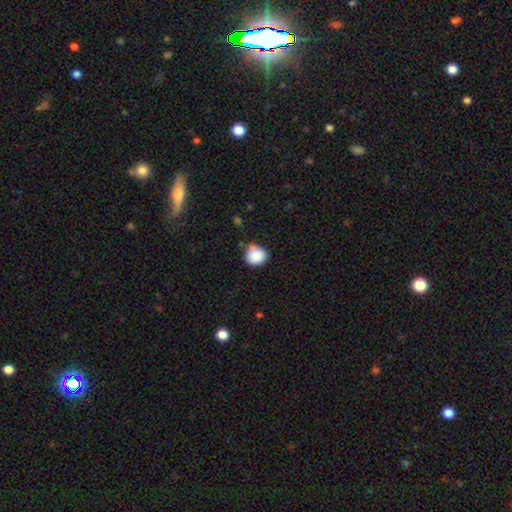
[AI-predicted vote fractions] Morphology: type=smooth (88%); roundness=round (83%); merging=none (68%).